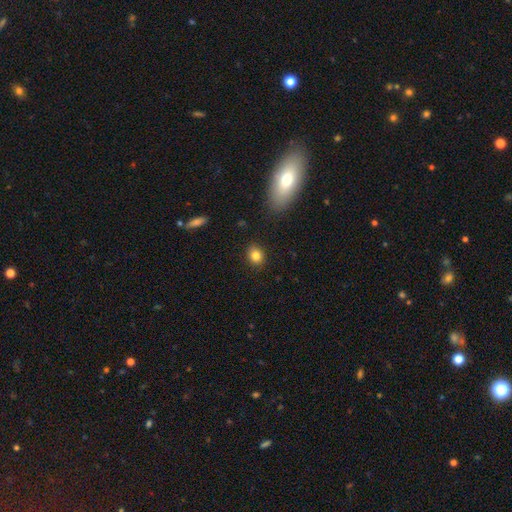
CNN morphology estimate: smooth_or_featured: smooth (p=0.83) [alt: star or artifact p=0.10]
how_rounded: round (p=0.60) [alt: in between p=0.39]
merging: none (p=0.88) [alt: minor disturbance p=0.08]